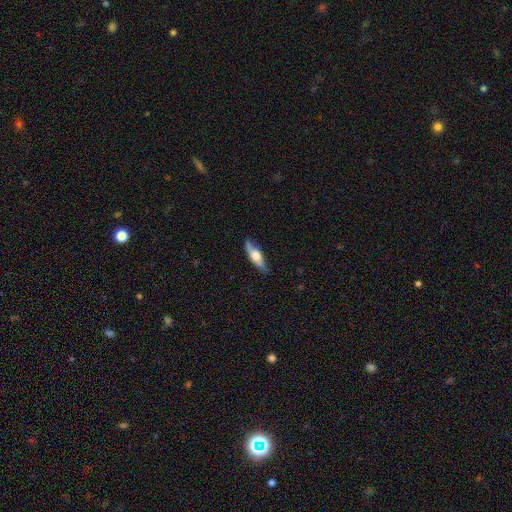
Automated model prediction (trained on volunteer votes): Smooth or featured? Predicted: smooth (p=0.50). Merging? Predicted: none (p=0.79).